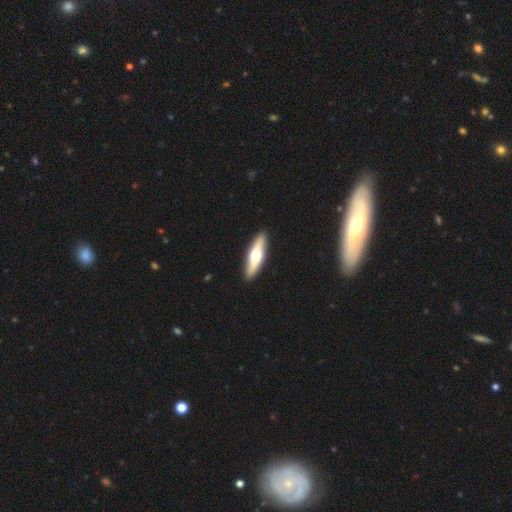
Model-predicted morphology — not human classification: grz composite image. It shows a featured or disk galaxy (51%) viewed edge-on (89%). Merging: none (92%).